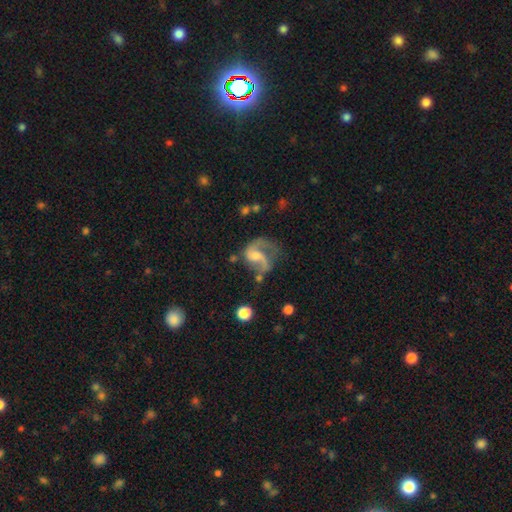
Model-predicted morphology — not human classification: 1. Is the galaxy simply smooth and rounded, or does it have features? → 79% featured or disk, 13% smooth, 8% star or artifact.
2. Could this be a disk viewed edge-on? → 98% no, 2% yes.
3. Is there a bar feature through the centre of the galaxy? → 45% weak, 43% no, 12% strong.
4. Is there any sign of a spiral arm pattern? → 91% yes, 9% no.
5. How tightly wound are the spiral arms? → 48% loose, 43% medium, 10% tight.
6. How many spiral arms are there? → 70% 2, 21% 1, 5% can't tell, 2% 3, 1% 4, 1% more than 4.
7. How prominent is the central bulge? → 37% moderate (tied), 37% small (tied), 18% none, 6% large, 1% dominant.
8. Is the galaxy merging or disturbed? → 37% none, 34% major disturbance, 20% minor disturbance, 9% merger.